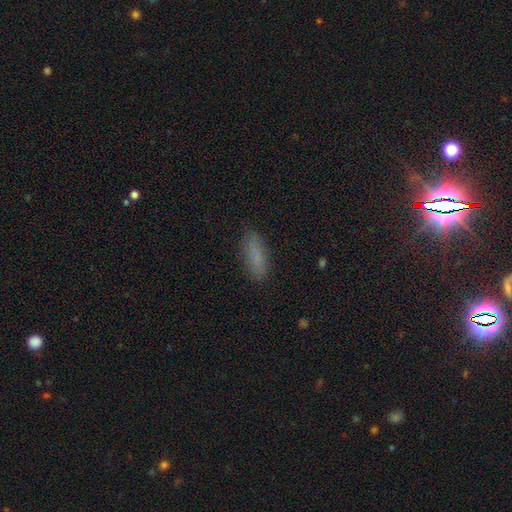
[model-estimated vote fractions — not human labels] Morphology: type=smooth (82%); roundness=cigar-shaped (50%); merging=none (85%).